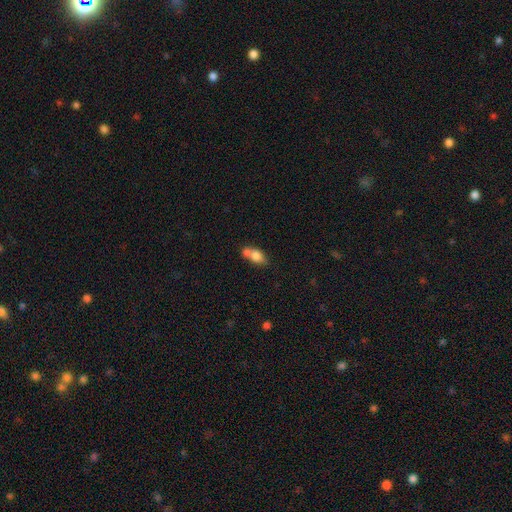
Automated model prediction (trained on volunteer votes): The model was most divided on "merging": merger: 51%, none: 34%, minor disturbance: 11%, major disturbance: 4%. More confident: smooth or featured — smooth (77%); how rounded — in between (74%).